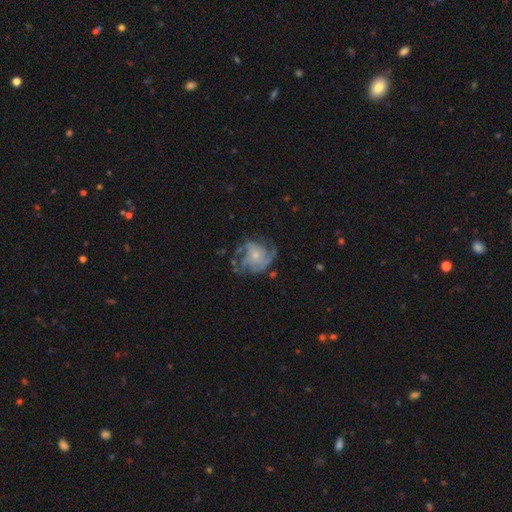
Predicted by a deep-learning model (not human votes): featured or disk 75%, smooth 18%, star or artifact 8%. Down the decision tree: edge-on disk — no (98%); bar — no (79%); spiral arms — yes (83%); spiral arm count — can't tell (31%); spiral winding — medium (43%); bulge size — small (67%); merging — none (49%).